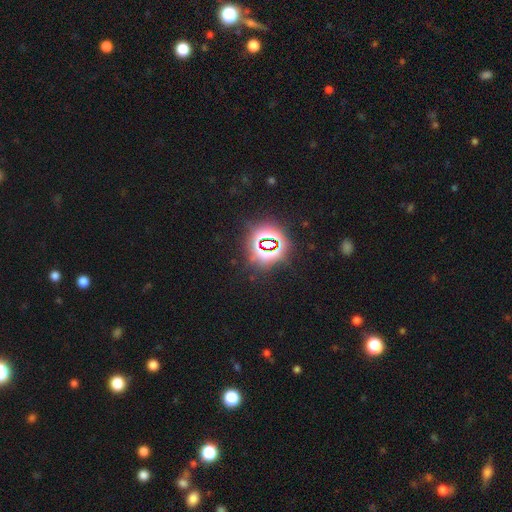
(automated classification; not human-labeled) A star or artifact, not a galaxy (80%).